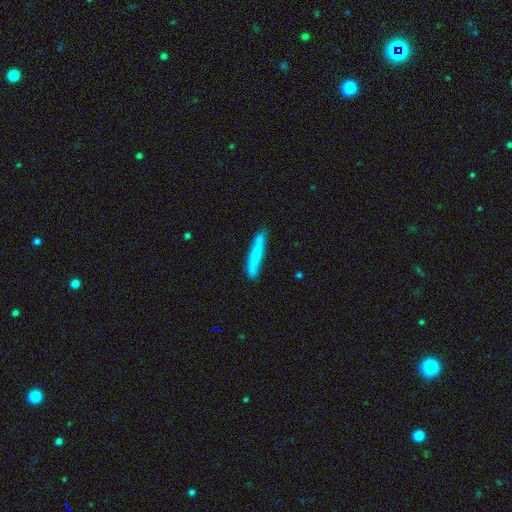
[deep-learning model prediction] smooth 68%, featured or disk 26%, star or artifact 6%. Down the decision tree: how rounded — cigar-shaped (94%); merging — none (76%).